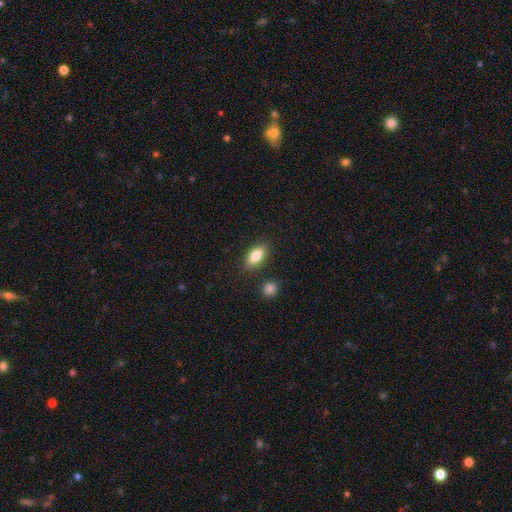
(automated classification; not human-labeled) Smooth or featured? Predicted: smooth (p=0.81). How rounded? Predicted: in between (p=0.84). Merging? Predicted: none (p=0.83).